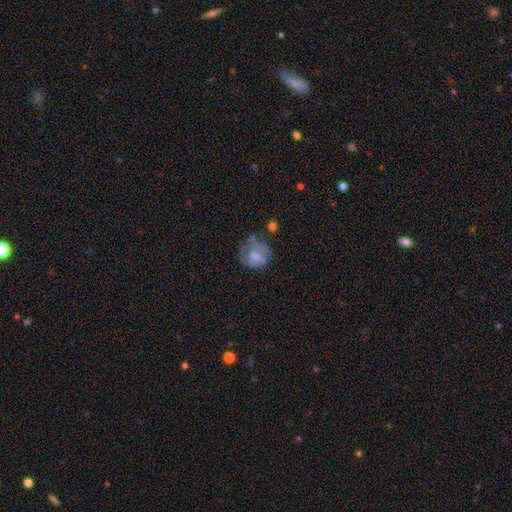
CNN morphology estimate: Overall: featured or disk (46%; smooth 45%). Merging: none (43%; minor disturbance 29%).